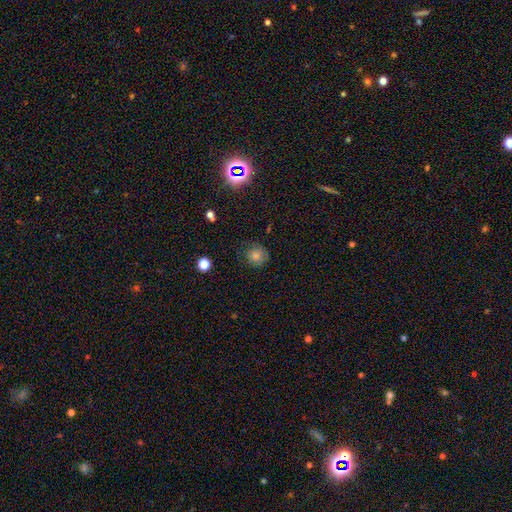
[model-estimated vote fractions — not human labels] Morphology: type=smooth (68%); roundness=round (89%); merging=none (77%).